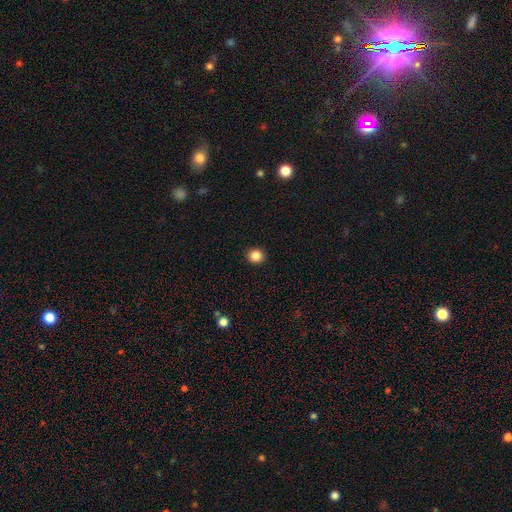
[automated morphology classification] Smooth or featured? Predicted: smooth (p=0.86). How rounded? Predicted: round (p=0.87). Merging? Predicted: none (p=0.92).